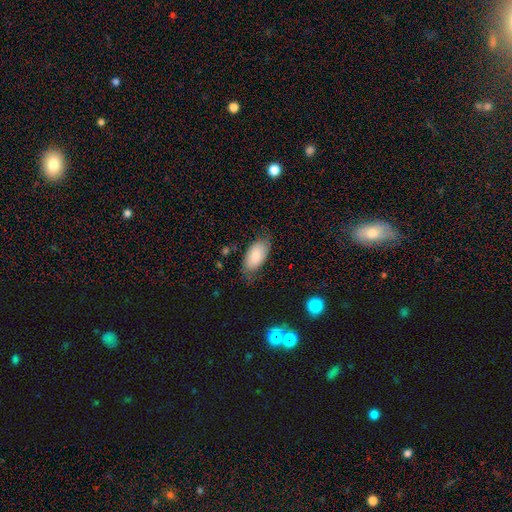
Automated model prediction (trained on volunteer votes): Smooth or featured? smooth (80%)
How rounded? in between (94%)
Merging? none (72%)